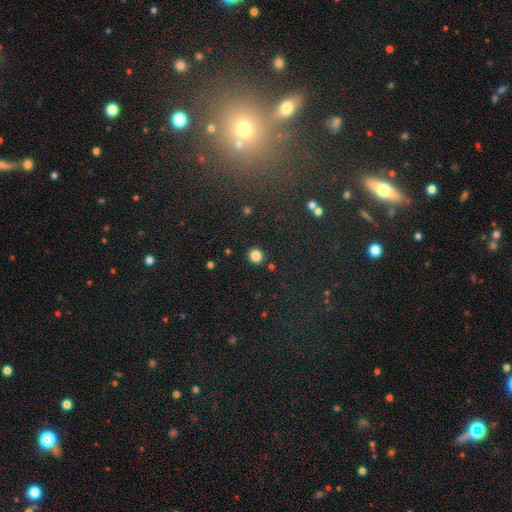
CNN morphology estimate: Smooth or featured? smooth (84%)
How rounded? round (91%)
Merging? none (91%)